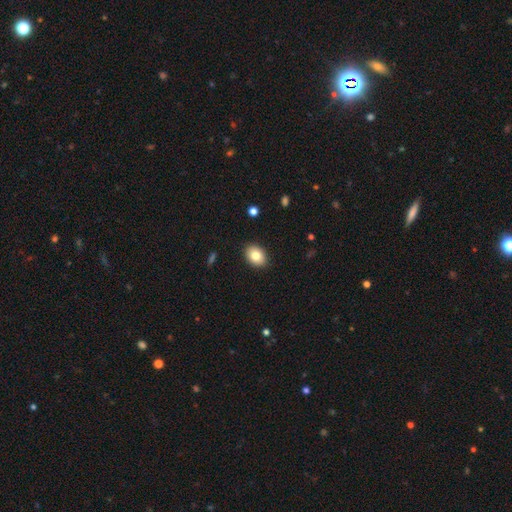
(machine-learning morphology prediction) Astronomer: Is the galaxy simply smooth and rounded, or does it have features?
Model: smooth — 81%.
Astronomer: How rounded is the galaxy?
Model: in between — 71%.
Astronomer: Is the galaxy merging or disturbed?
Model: none — 90%.